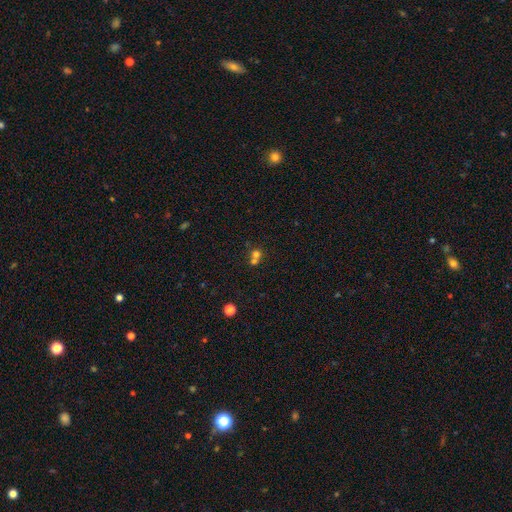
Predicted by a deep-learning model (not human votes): A smooth galaxy with no disk features (67%) that is round (83%). Merging: merger (56%).